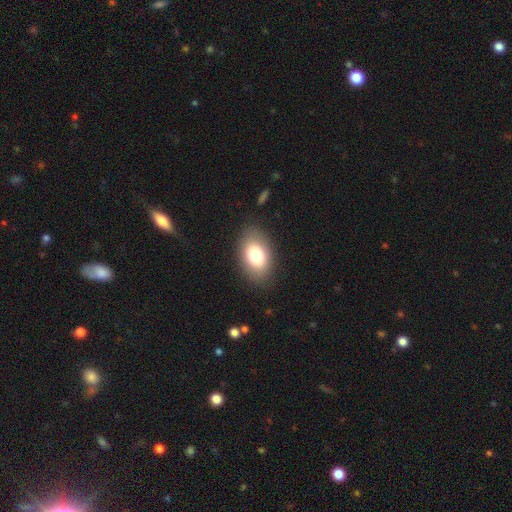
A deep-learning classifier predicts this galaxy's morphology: A smooth galaxy with no disk features (76%) that is in between round and cigar-shaped (88%).

Vote fractions:
- Smooth or featured? smooth: 76% / featured or disk: 15% / star or artifact: 9%
- How rounded? in between: 88% / round: 11% / cigar-shaped: 1%
- Merging? none: 85% / minor disturbance: 10% / major disturbance: 4% / merger: 1%